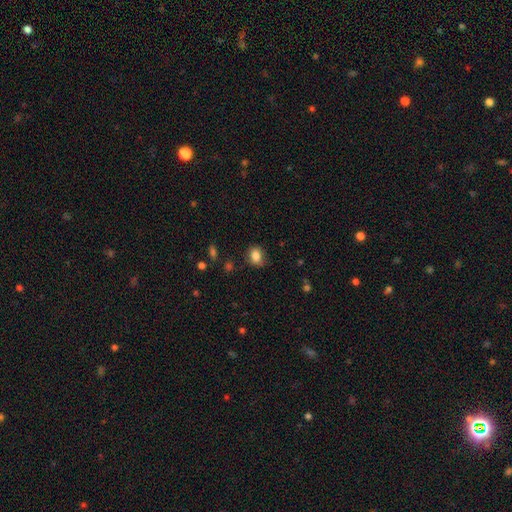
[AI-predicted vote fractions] A smooth galaxy with no disk features (84%) that is in between round and cigar-shaped (54%).

Vote fractions:
- Smooth or featured? smooth: 84% / star or artifact: 10% / featured or disk: 6%
- How rounded? in between: 54% / round: 44% / cigar-shaped: 1%
- Merging? none: 75% / minor disturbance: 19% / major disturbance: 4% / merger: 2%